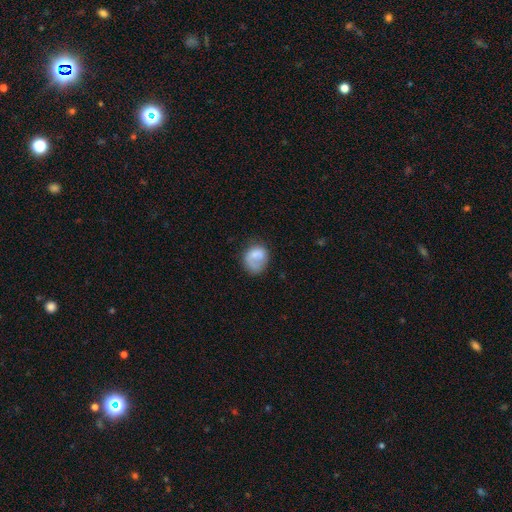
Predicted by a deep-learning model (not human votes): Smooth or featured?
  - smooth: 68% *
  - featured or disk: 24%
  - star or artifact: 7%
How rounded?
  - round: 57% *
  - in between: 42%
  - cigar-shaped: 1%
Merging?
  - none: 48% *
  - minor disturbance: 25%
  - major disturbance: 23%
  - merger: 3%